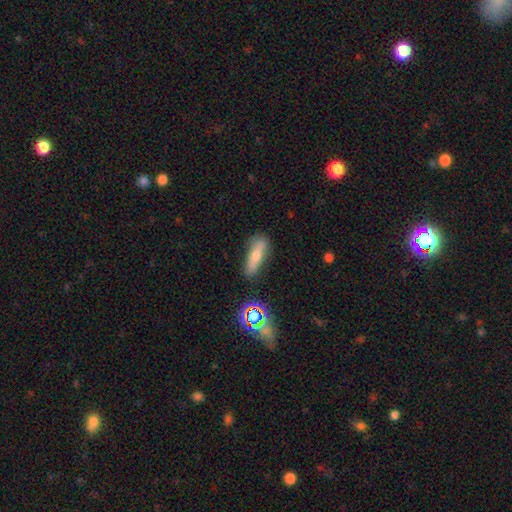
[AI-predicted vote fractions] Morphology: type=smooth (58%); roundness=cigar-shaped (60%); merging=none (77%).